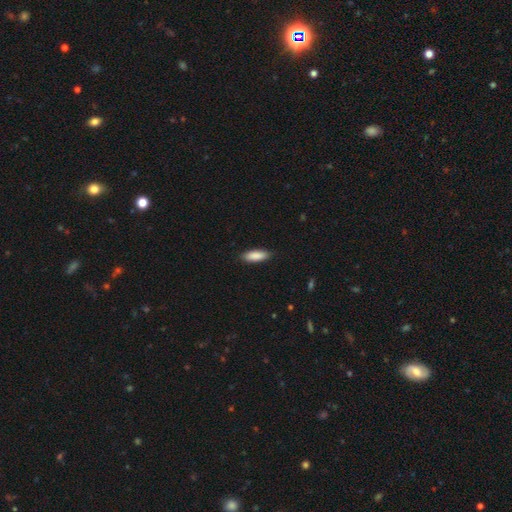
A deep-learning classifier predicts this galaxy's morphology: The model was most divided on "how rounded": in between: 62%, cigar-shaped: 36%, round: 2%. More confident: smooth or featured — smooth (89%); merging — none (87%).